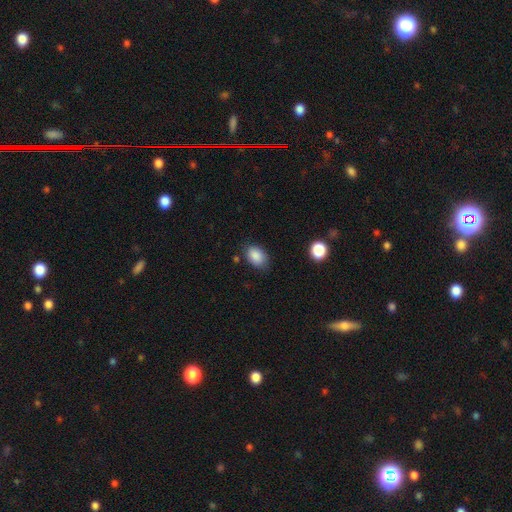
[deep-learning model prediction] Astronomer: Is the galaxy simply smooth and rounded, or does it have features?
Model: smooth — 87%.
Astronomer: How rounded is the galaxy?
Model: in between — 83%.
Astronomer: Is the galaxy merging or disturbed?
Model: none — 76%.